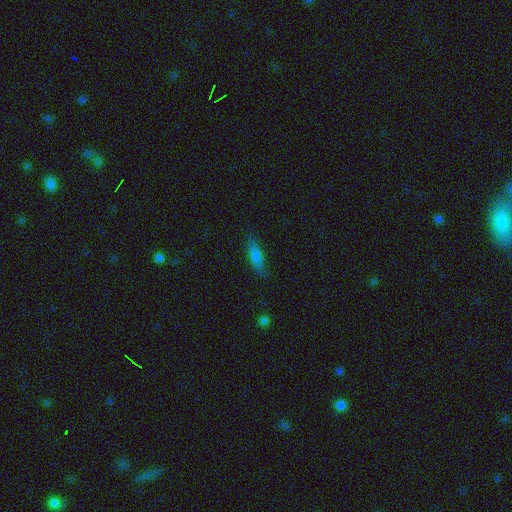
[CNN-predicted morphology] This appears to be a smooth galaxy with no disk features (74%) that is cigar-shaped (53%). Merging: none (78%).